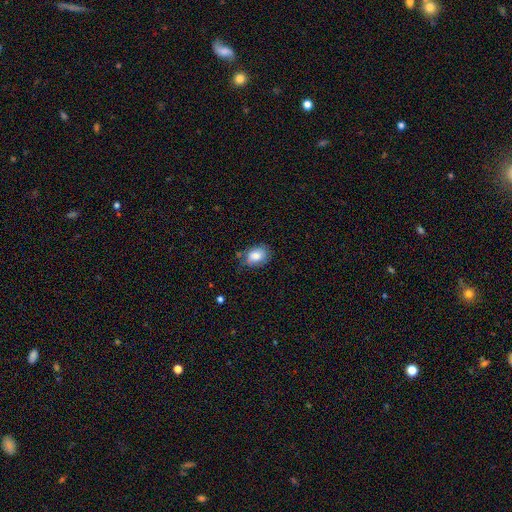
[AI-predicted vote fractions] This is likely a smooth galaxy (78%). How rounded: likely in between (72%). Merging: likely none (62%).